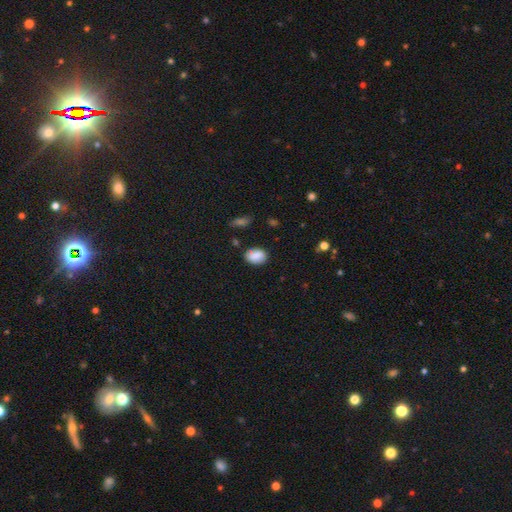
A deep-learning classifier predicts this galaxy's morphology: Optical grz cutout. It shows a smooth galaxy with no disk features (86%) that is in between round and cigar-shaped (75%). Merging: none (76%).